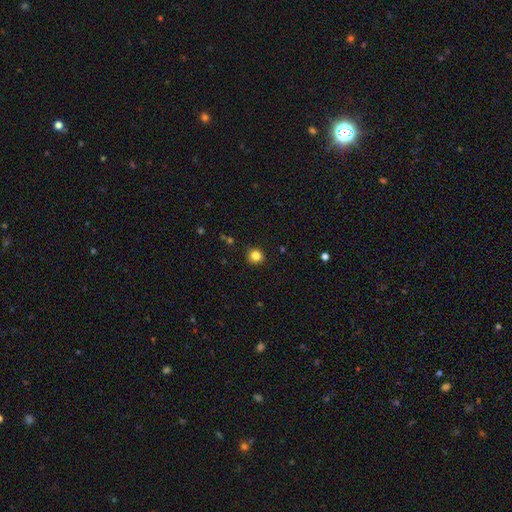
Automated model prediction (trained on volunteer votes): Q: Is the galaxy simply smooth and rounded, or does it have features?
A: smooth — 82%.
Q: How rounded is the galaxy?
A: round — 89%.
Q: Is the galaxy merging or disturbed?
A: none — 90%.